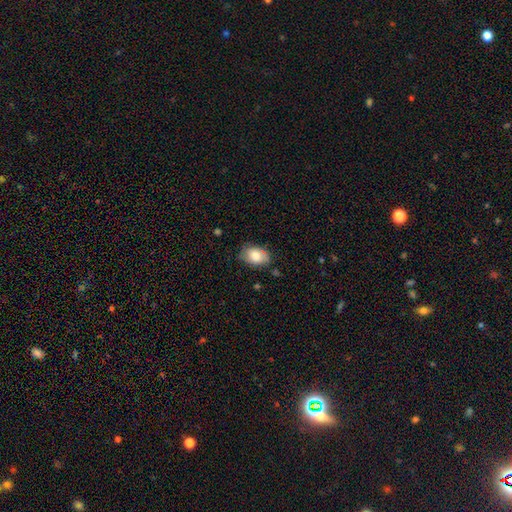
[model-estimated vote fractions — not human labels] This appears to be a smooth galaxy with no disk features (77%) that is in between round and cigar-shaped (85%). Merging: none (72%).